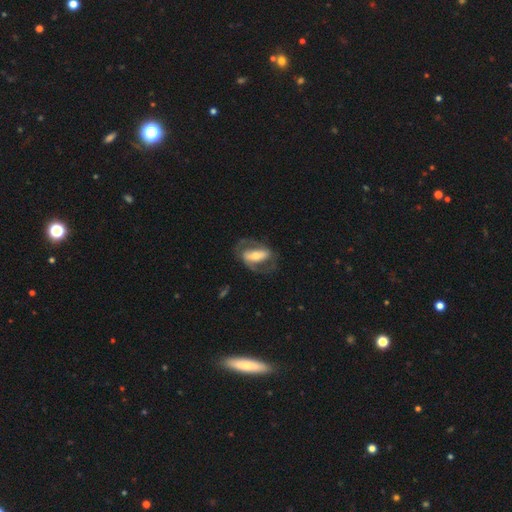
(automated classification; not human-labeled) The model was most divided on "bulge size": moderate: 57%, small: 28%, large: 12%, dominant: 2%, none: 2%. More confident: edge-on disk — no (89%); smooth or featured — featured or disk (71%); spiral arms — yes (69%); merging — none (66%); bar — strong (63%).